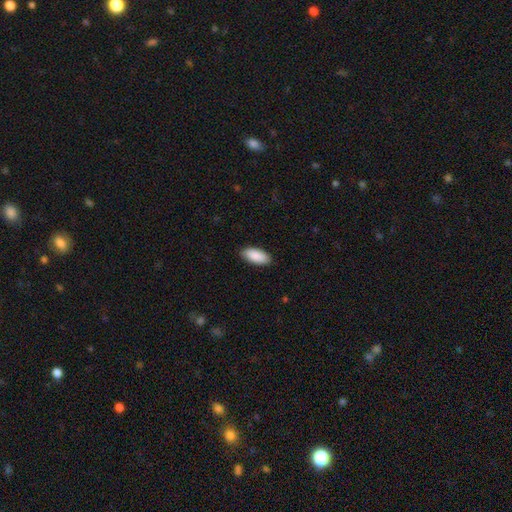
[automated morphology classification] type=smooth (91%); roundness=in between (90%); merging=none (88%).